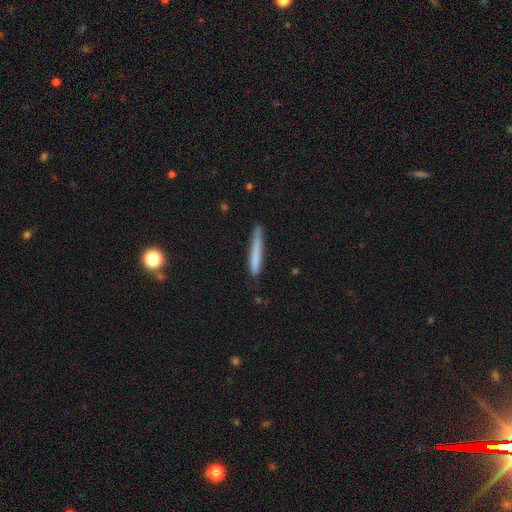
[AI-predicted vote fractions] Smooth or featured?
  - smooth: 75% *
  - featured or disk: 18%
  - star or artifact: 7%
How rounded?
  - cigar-shaped: 96% *
  - in between: 3%
  - round: 1%
Merging?
  - none: 78% *
  - minor disturbance: 17%
  - major disturbance: 3%
  - merger: 2%